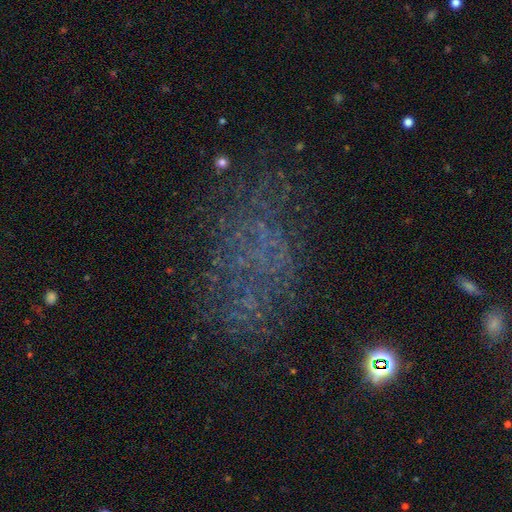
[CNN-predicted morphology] type=star or artifact (38%).